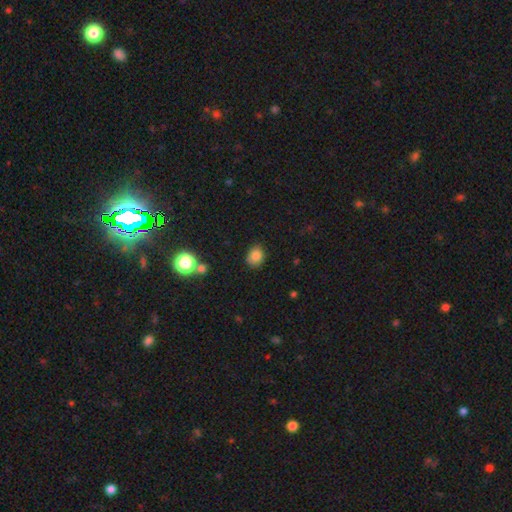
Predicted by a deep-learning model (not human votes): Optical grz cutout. It shows a smooth galaxy with no disk features (82%) that is round (53%). Merging: none (81%).